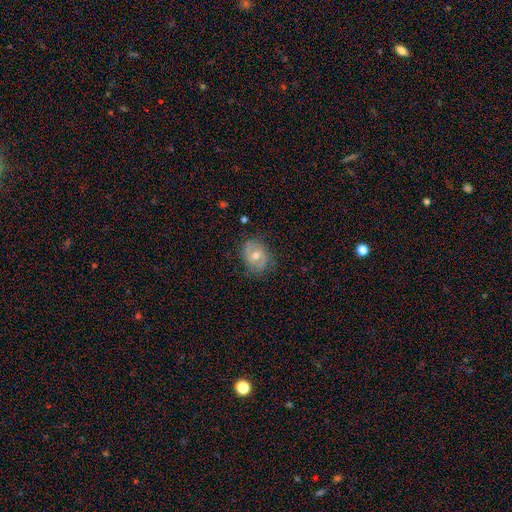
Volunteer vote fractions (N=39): Volunteers were most divided on "spiral winding": tight: 47%, medium: 37%, loose: 16%. More confident: edge-on disk — no (100%); spiral arms — yes (73%); bulge size — moderate (73%); spiral arm count — 2 (68%); merging — none (68%); smooth or featured — featured or disk (67%); bar — no (58%).